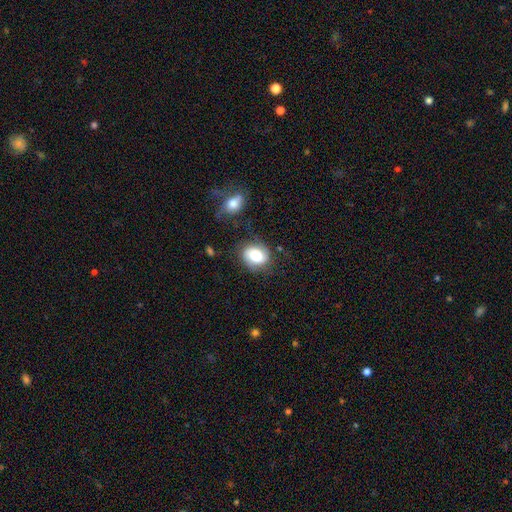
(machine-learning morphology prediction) Smooth or featured? Predicted: smooth (p=0.57). How rounded? Predicted: in between (p=0.55). Merging? Predicted: none (p=0.66).